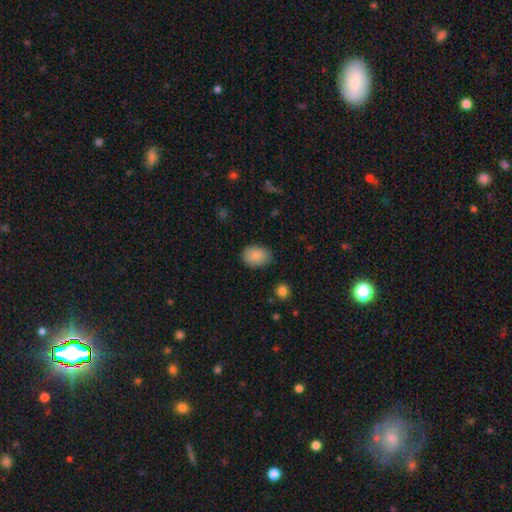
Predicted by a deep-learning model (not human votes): Smooth or featured? smooth (87%)
How rounded? in between (70%)
Merging? none (80%)